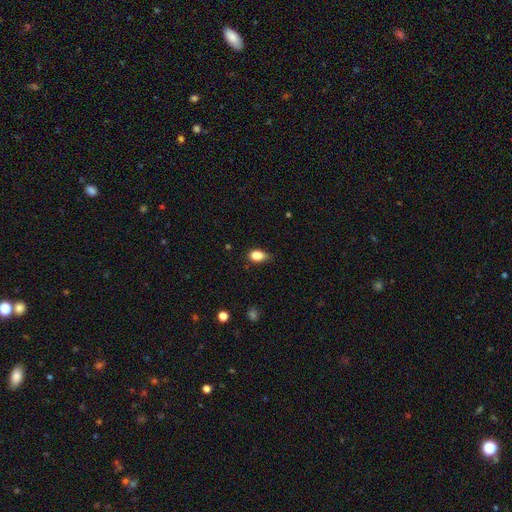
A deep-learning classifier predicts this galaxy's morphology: This appears to be a smooth galaxy with no disk features (86%) that is in between round and cigar-shaped (81%). Merging: none (59%).